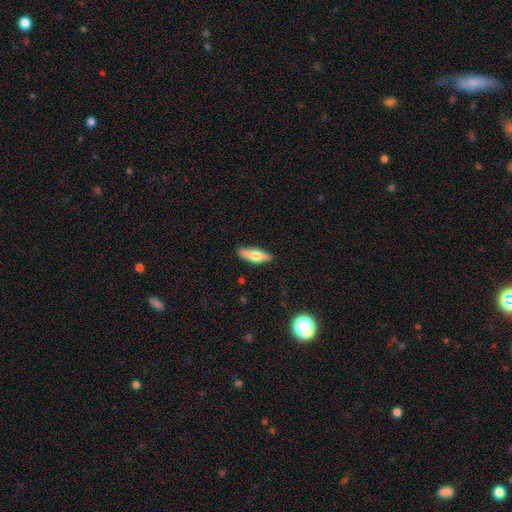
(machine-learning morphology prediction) Overall: smooth (56%; featured or disk 38%). How rounded: in between (50%; cigar-shaped 47%). Merging: none (83%).